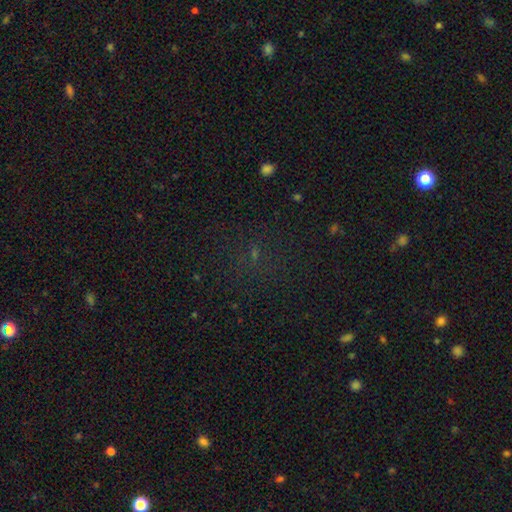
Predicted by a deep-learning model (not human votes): A star or artifact, not a galaxy (57%).

Vote fractions:
- Smooth or featured? star or artifact: 57% / smooth: 31% / featured or disk: 12%